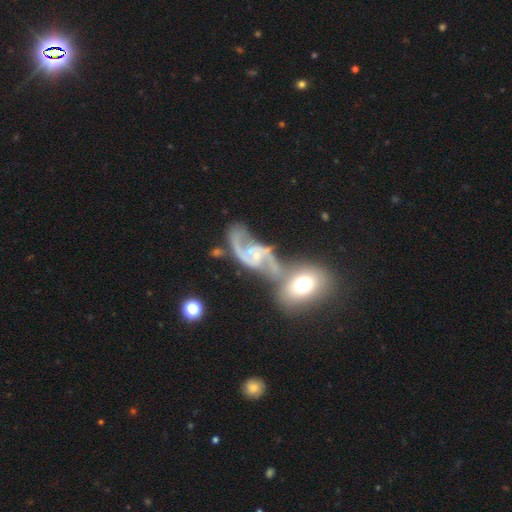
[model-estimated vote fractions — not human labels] featured or disk 87%, smooth 7%, star or artifact 6%. Down the decision tree: edge-on disk — no (97%); bar — no (48%); spiral arms — yes (95%); spiral arm count — 2 (89%); spiral winding — loose (50%); bulge size — small (68%); merging — merger (40%).